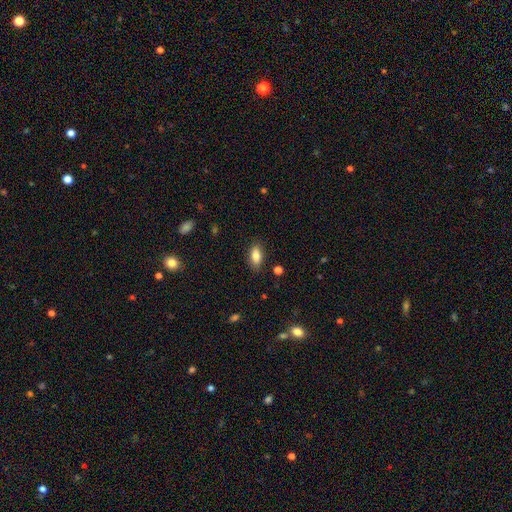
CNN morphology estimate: Overall: smooth (83%). How rounded: in between (87%). Merging: none (85%).